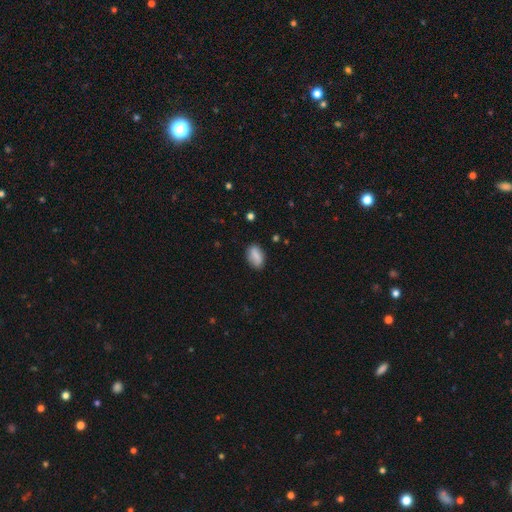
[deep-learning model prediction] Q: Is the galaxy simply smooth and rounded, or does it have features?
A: smooth — 81%.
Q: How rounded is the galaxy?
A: in between — 89%.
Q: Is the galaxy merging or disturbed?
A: none — 80%.